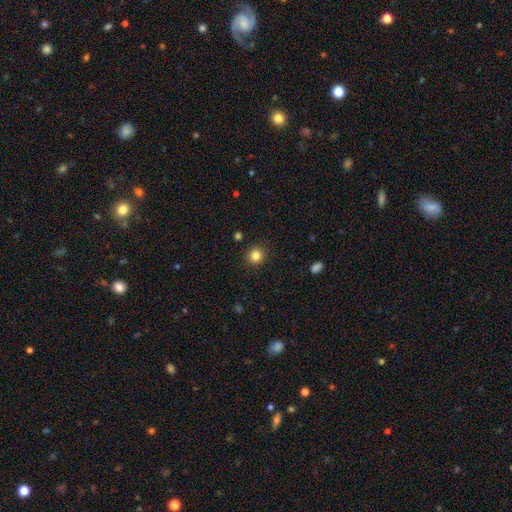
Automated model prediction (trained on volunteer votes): Smooth or featured?
  - smooth: 83% *
  - star or artifact: 12%
  - featured or disk: 5%
How rounded?
  - round: 92% *
  - in between: 7%
  - cigar-shaped: 1%
Merging?
  - none: 91% *
  - minor disturbance: 6%
  - major disturbance: 2%
  - merger: 1%